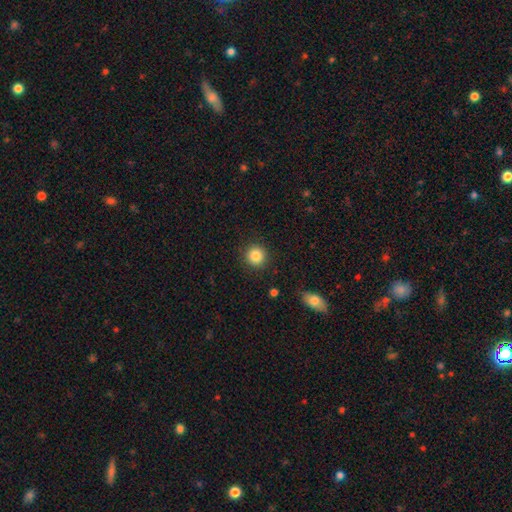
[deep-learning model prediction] Smooth or featured? smooth (86%)
How rounded? round (93%)
Merging? none (90%)